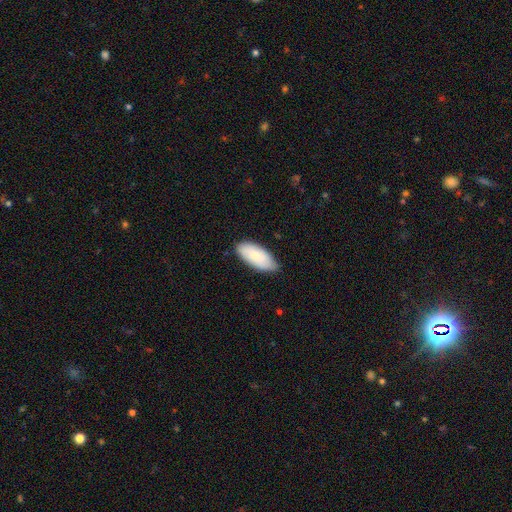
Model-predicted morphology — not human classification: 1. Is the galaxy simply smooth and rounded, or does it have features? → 81% smooth, 13% featured or disk, 6% star or artifact.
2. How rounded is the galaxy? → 91% in between, 8% cigar-shaped, 2% round.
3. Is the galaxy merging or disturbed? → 74% none, 22% minor disturbance, 3% major disturbance, 1% merger.